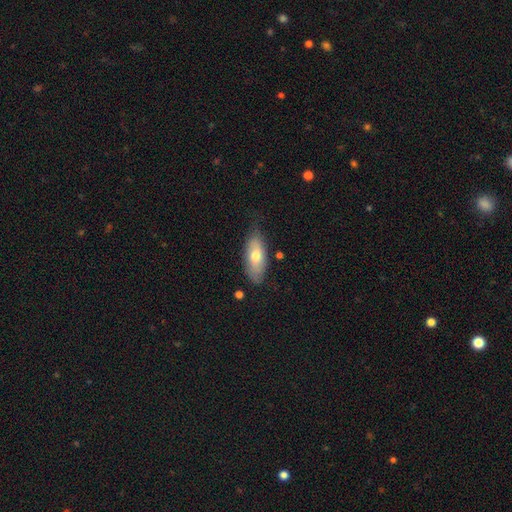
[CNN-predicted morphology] This is likely a smooth galaxy (68%). How rounded: clearly in between (84%). Merging: likely none (72%).